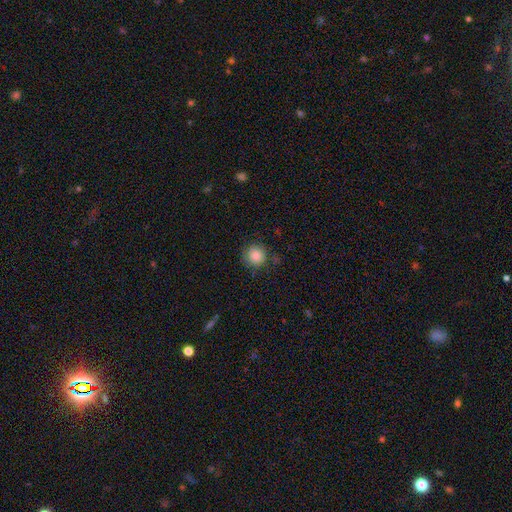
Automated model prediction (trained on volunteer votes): Smooth or featured: smooth — 86% (star or artifact — 9%)
How rounded: round — 94% (in between — 5%)
Merging: none — 83% (minor disturbance — 12%)